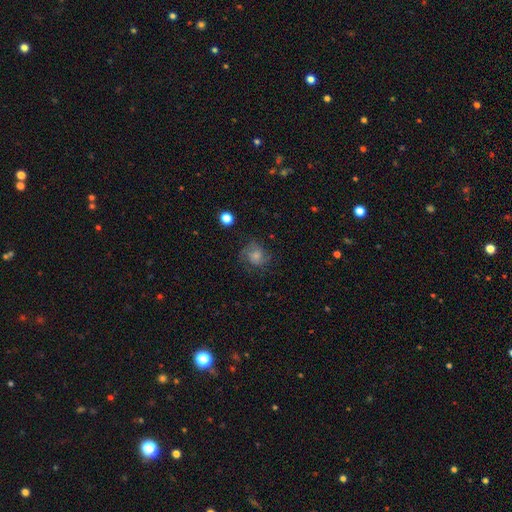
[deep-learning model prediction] Smooth or featured: smooth — 51% (featured or disk — 38%)
How rounded: round — 76% (in between — 23%)
Merging: none — 61% (minor disturbance — 22%)